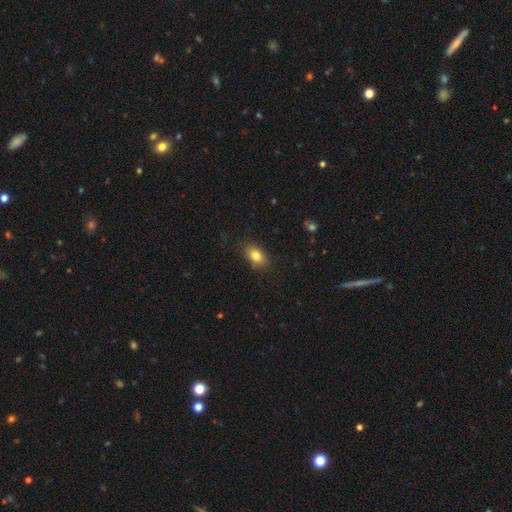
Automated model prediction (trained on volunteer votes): Overall: smooth (82%). How rounded: in between (81%). Merging: none (83%).